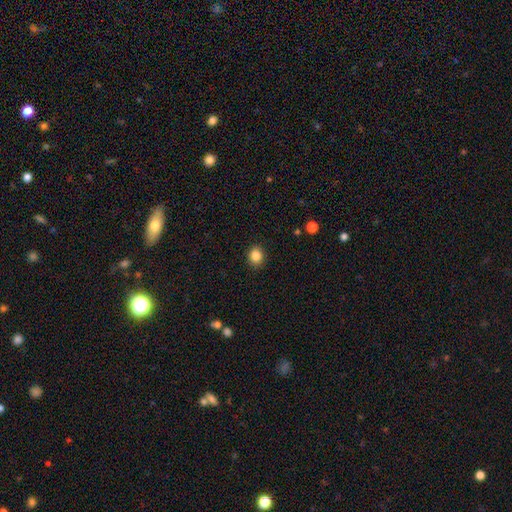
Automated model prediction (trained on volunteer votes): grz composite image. It shows a smooth galaxy with no disk features (85%) that is round (65%). Merging: none (90%).